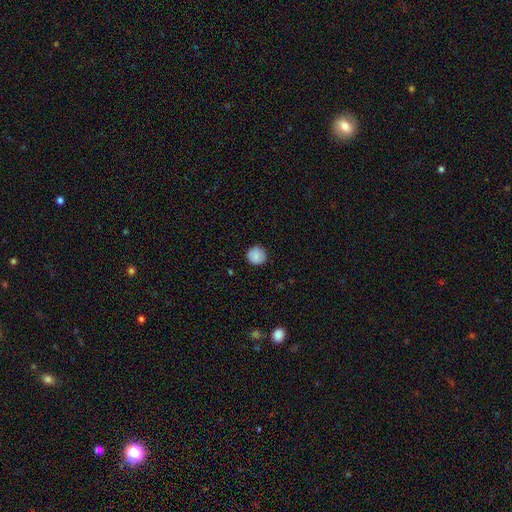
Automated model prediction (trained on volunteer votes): Smooth or featured? smooth (83%)
How rounded? round (94%)
Merging? none (87%)